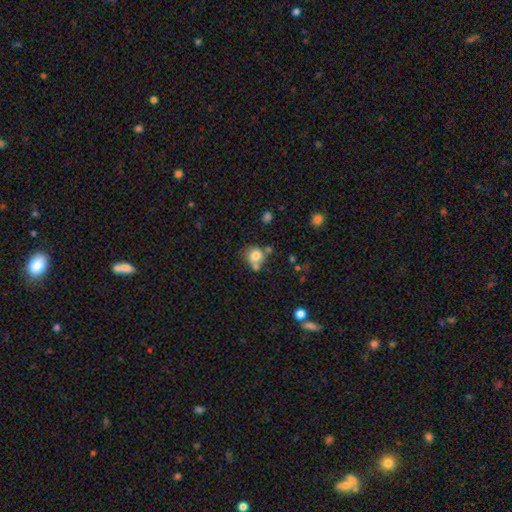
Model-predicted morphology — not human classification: Overall: smooth (79%). How rounded: round (76%). Merging: none (47%; merger 29%).